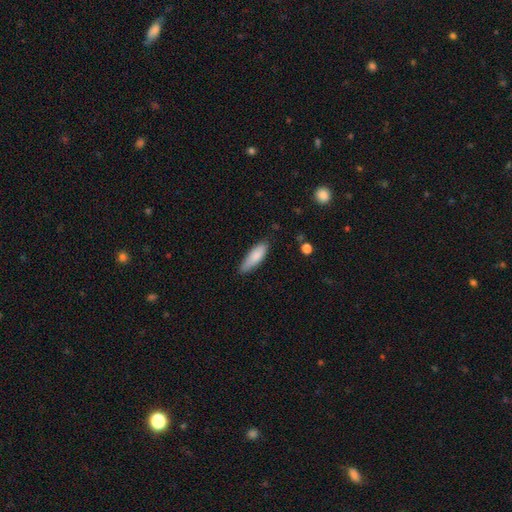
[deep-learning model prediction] Overall: smooth (85%). How rounded: in between (54%; cigar-shaped 44%). Merging: none (75%).